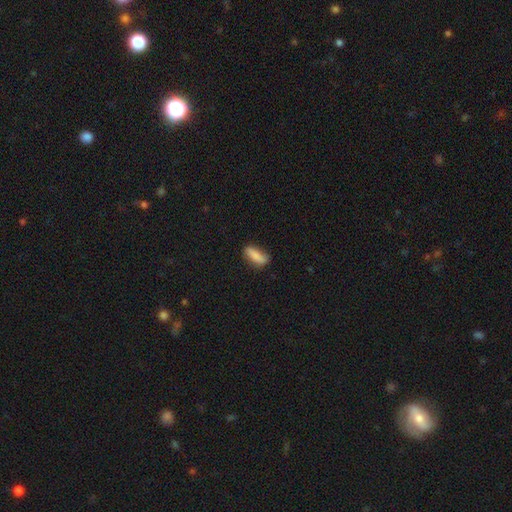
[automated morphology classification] The model was most divided on "how rounded": in between: 64%, cigar-shaped: 33%, round: 3%. More confident: smooth or featured — smooth (83%); merging — none (71%).